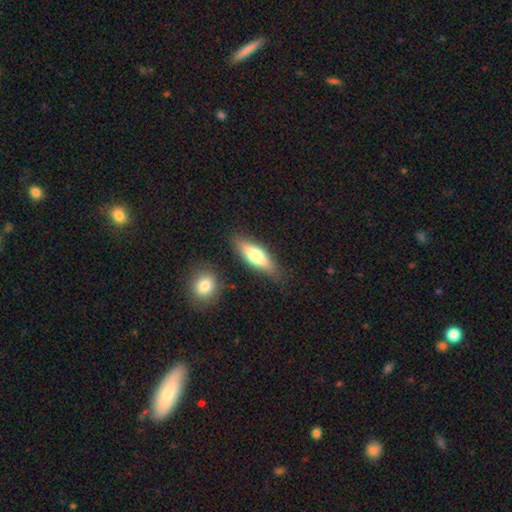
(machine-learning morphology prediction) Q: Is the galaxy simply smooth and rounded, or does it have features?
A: smooth — 61%.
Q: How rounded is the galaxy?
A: in between — 52%.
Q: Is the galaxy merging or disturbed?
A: none — 81%.